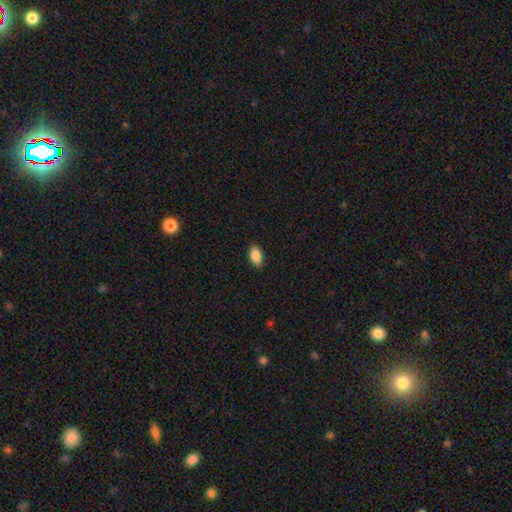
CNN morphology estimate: A smooth galaxy with no disk features (88%) that is in between round and cigar-shaped (93%). Merging: none (89%).